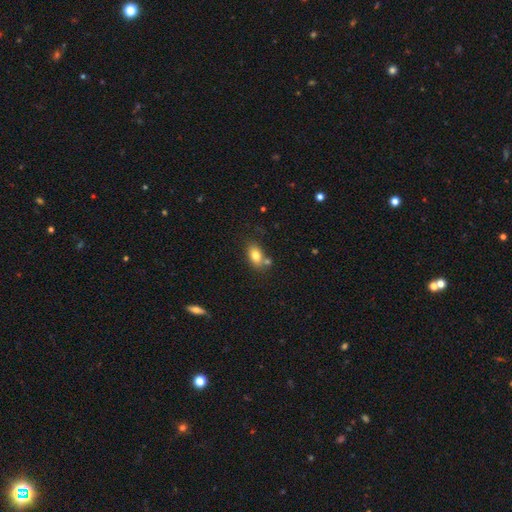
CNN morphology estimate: smooth_or_featured: smooth (p=0.78) [alt: featured or disk p=0.13]
how_rounded: in between (p=0.84) [alt: round p=0.14]
merging: none (p=0.62) [alt: merger p=0.19]